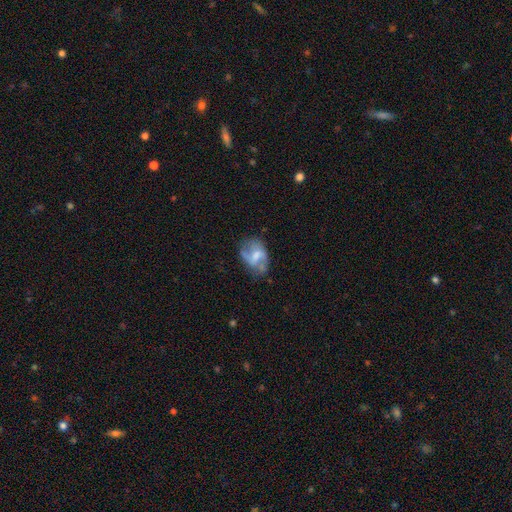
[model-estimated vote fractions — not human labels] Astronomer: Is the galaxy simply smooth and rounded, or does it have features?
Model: featured or disk — 57% (runner-up: smooth, 35%).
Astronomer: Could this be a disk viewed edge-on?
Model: no — 97%.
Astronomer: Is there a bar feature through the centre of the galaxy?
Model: weak — 47% (runner-up: no, 37%).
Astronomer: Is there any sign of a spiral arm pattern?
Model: yes — 66%.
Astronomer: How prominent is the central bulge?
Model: moderate — 43% (runner-up: small, 31%).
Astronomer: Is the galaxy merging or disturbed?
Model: none — 48% (runner-up: minor disturbance, 28%).